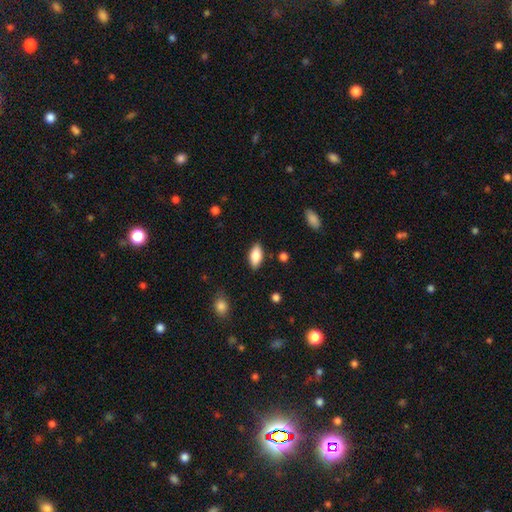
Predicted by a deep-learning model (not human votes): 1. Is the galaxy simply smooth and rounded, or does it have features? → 81% smooth, 12% featured or disk, 7% star or artifact.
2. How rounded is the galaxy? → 89% in between, 9% cigar-shaped, 3% round.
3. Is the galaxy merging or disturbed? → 86% none, 10% minor disturbance, 2% major disturbance, 1% merger.